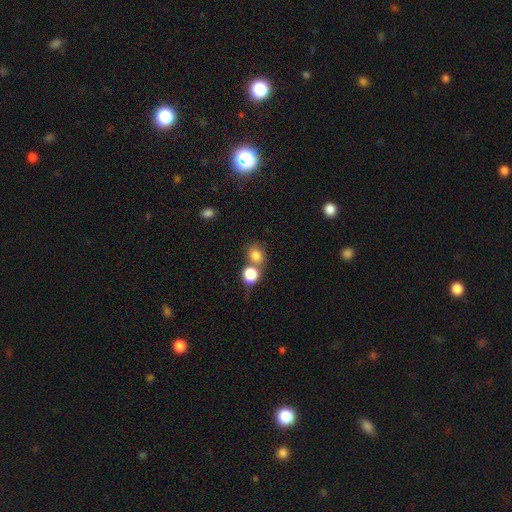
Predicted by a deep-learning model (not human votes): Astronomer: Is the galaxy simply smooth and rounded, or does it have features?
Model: smooth — 79%.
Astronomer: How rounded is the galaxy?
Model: round — 71%.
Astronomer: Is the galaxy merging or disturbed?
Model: none — 48% (runner-up: merger, 38%).